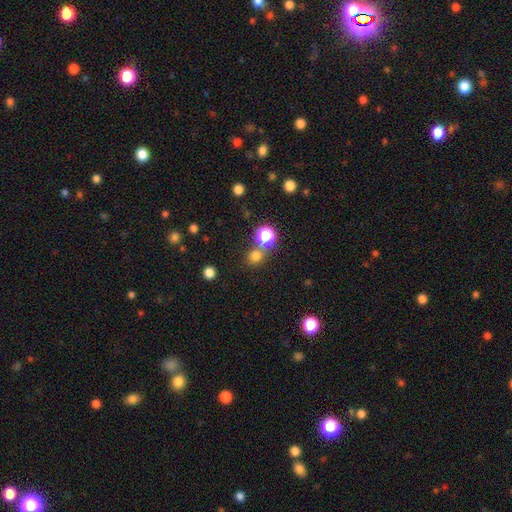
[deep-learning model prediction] smooth_or_featured: smooth (p=0.70) [alt: star or artifact p=0.24]
how_rounded: round (p=0.86) [alt: in between p=0.13]
merging: none (p=0.72) [alt: merger p=0.16]